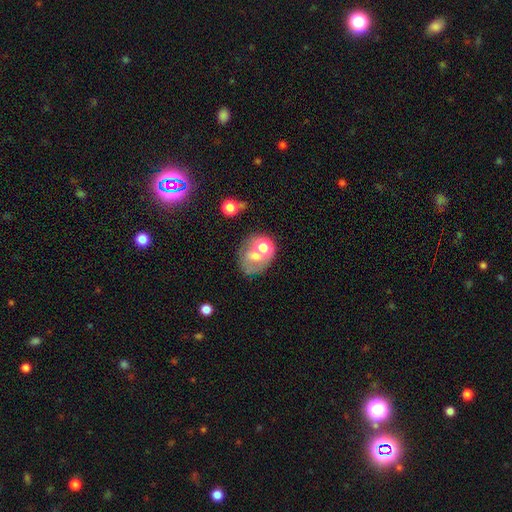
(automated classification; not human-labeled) A smooth galaxy with no disk features (53%) that is round (52%). Merging: none (35%).